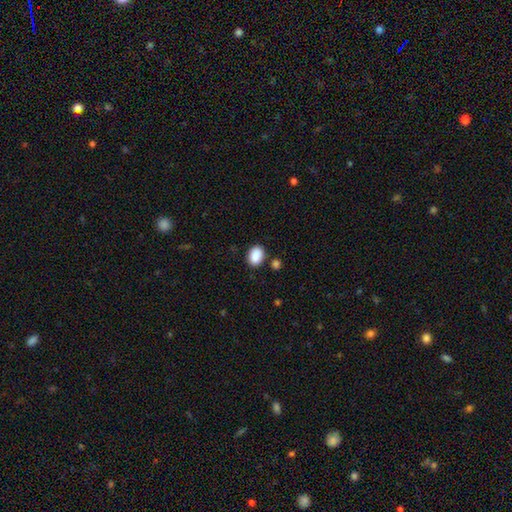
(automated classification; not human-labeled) smooth 89%, star or artifact 8%, featured or disk 3%. Down the decision tree: how rounded — in between (72%); merging — none (81%).